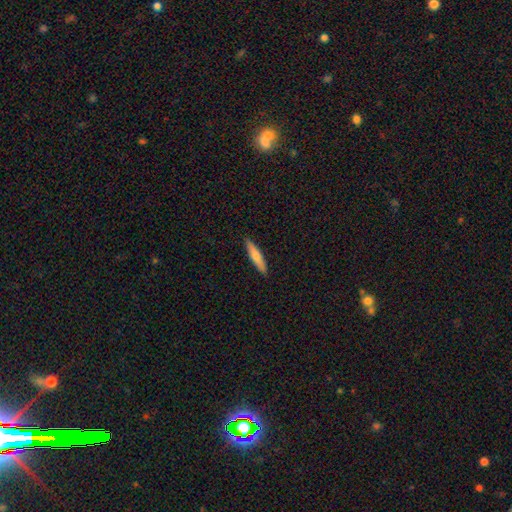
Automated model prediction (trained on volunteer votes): Overall: smooth (60%; featured or disk 34%). How rounded: cigar-shaped (89%). Merging: none (91%).